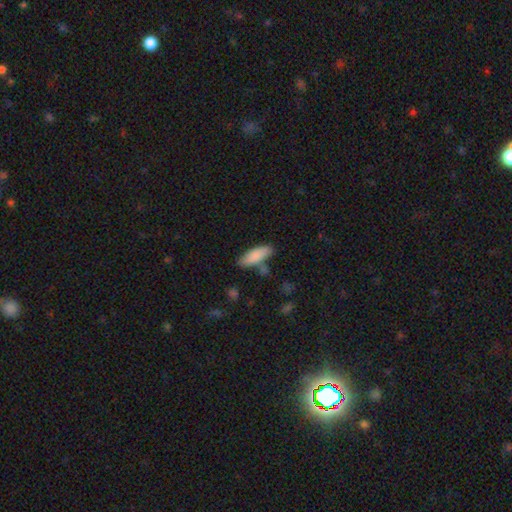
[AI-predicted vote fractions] This is clearly a smooth galaxy (85%). How rounded: likely in between (65%). Merging: likely none (71%).